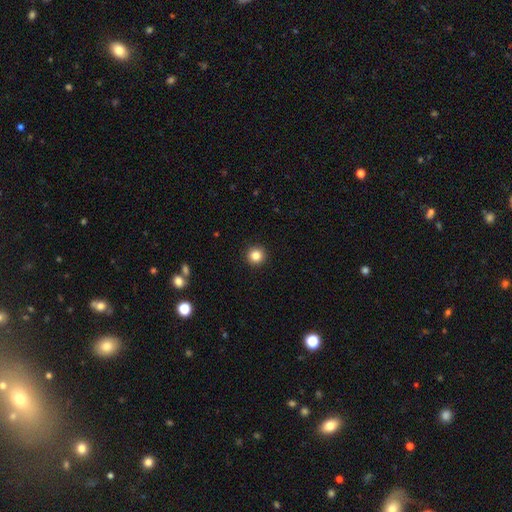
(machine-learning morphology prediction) A smooth galaxy with no disk features (84%) that is round (95%). Merging: none (93%).